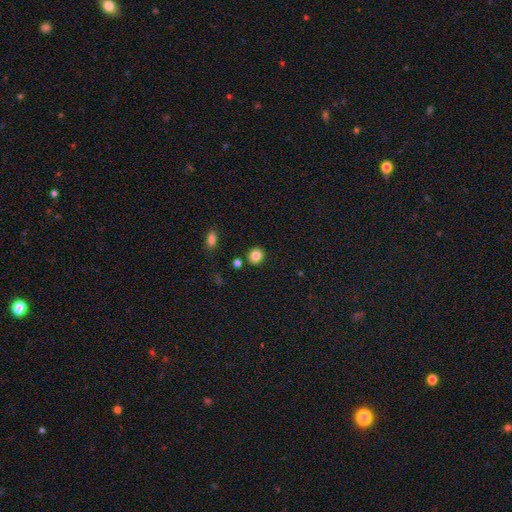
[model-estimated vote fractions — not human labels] Smooth or featured?
  - smooth: 85% *
  - star or artifact: 10%
  - featured or disk: 5%
How rounded?
  - round: 73% *
  - in between: 26%
  - cigar-shaped: 1%
Merging?
  - none: 86% *
  - minor disturbance: 8%
  - merger: 4%
  - major disturbance: 2%